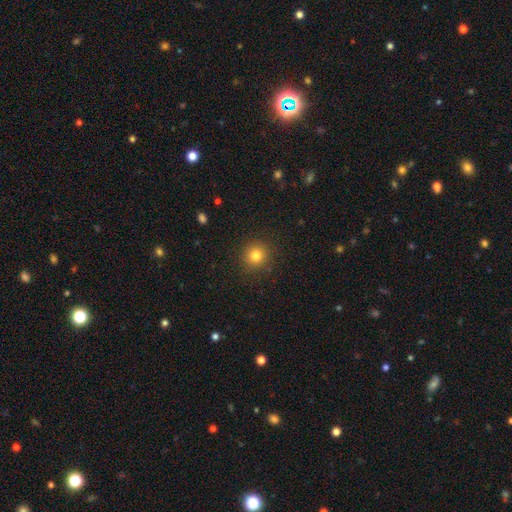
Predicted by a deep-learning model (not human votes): Smooth or featured? Predicted: smooth (p=0.81). How rounded? Predicted: round (p=0.91). Merging? Predicted: none (p=0.90).